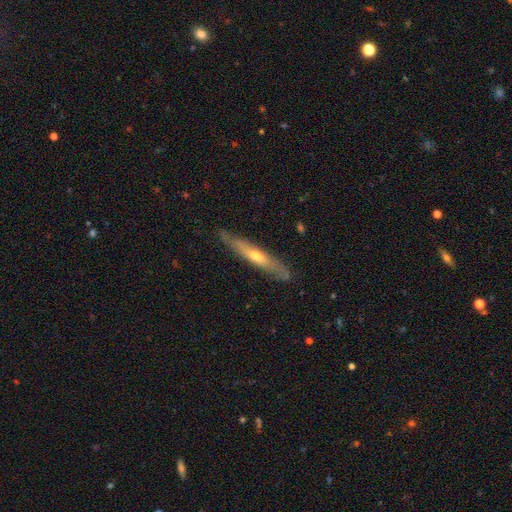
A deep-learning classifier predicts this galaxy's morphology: smooth_or_featured: featured or disk (p=0.61) [alt: smooth p=0.34]
disk_edge_on: yes (p=0.77) [alt: no p=0.23]
merging: none (p=0.81) [alt: minor disturbance p=0.15]